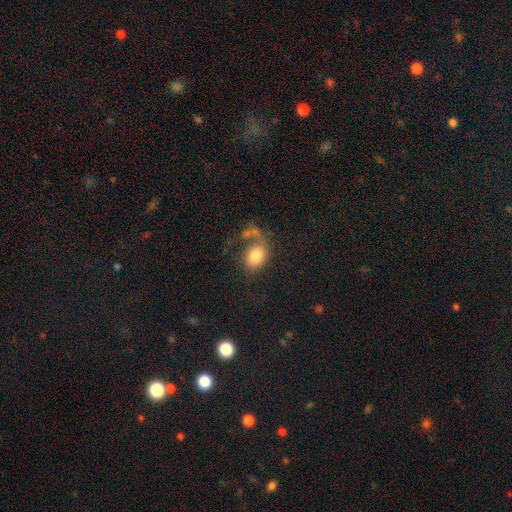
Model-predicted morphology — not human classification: The model was most divided on "merging": none: 39%, major disturbance: 28%, minor disturbance: 17%, merger: 16%. More confident: smooth or featured — smooth (74%); how rounded — in between (62%).